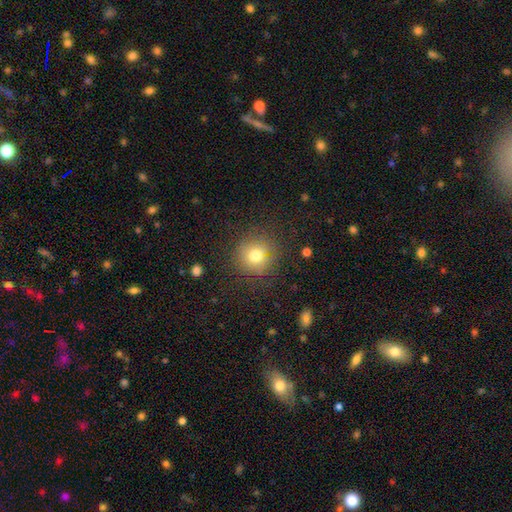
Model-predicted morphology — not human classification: Smooth or featured: smooth — 74% (star or artifact — 14%)
How rounded: round — 91% (in between — 8%)
Merging: none — 82% (minor disturbance — 11%)